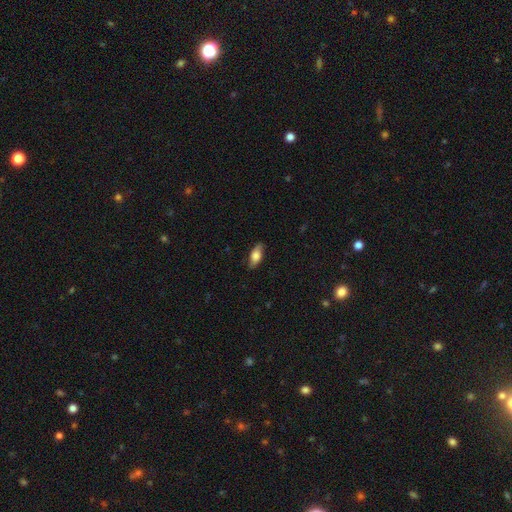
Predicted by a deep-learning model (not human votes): A smooth galaxy with no disk features (74%) that is in between round and cigar-shaped (83%). Merging: none (82%).